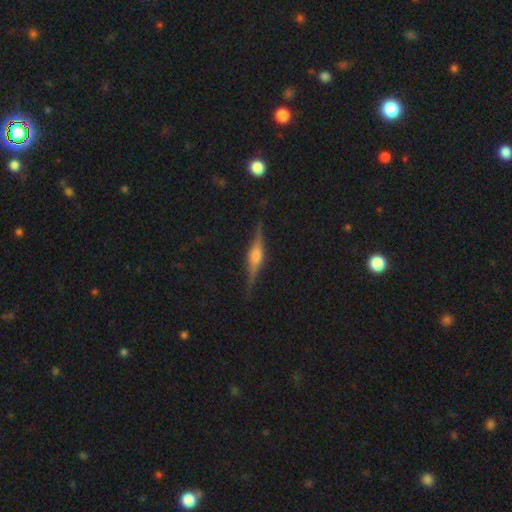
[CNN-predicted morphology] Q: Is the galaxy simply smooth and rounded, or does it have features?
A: featured or disk — 80%.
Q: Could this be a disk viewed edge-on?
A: yes — 98%.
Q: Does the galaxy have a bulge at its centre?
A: rounded — 79%.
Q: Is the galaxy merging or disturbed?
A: none — 88%.